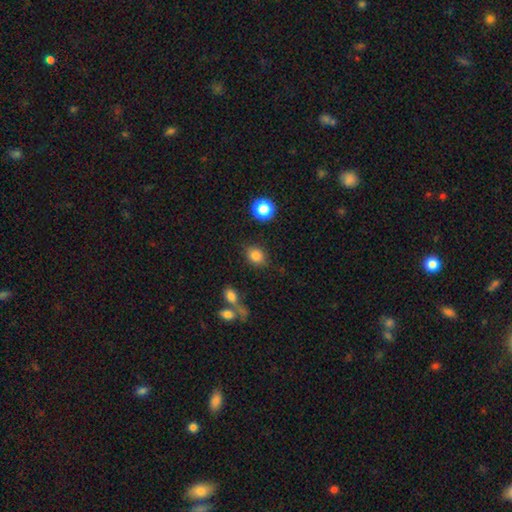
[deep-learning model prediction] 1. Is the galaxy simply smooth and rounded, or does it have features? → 84% smooth, 11% star or artifact, 6% featured or disk.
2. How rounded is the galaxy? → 52% in between, 46% round, 1% cigar-shaped.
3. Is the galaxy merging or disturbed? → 81% none, 11% minor disturbance, 4% merger, 4% major disturbance.